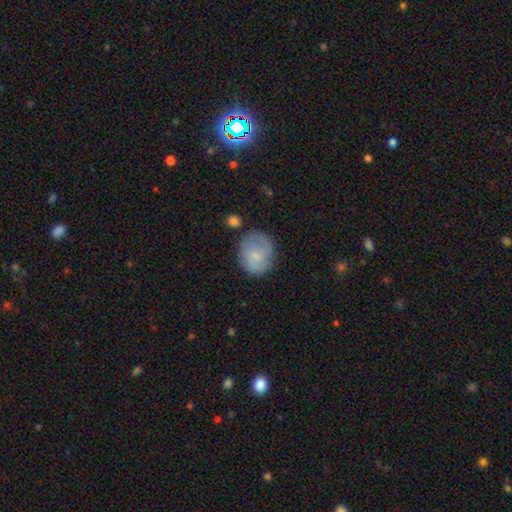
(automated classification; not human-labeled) Smooth or featured: smooth — 60% (featured or disk — 33%)
How rounded: round — 55% (in between — 44%)
Merging: none — 64% (minor disturbance — 24%)